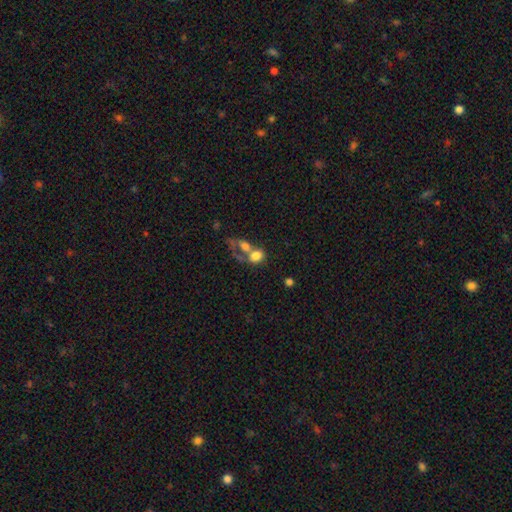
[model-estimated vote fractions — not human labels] A smooth galaxy with no disk features (70%) that is in between round and cigar-shaped (60%). Merging: merger (64%).